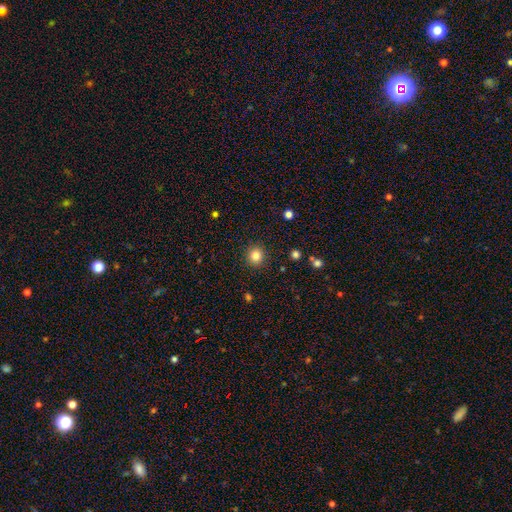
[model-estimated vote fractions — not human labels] smooth-or-featured: smooth: 83% | star or artifact: 12% | featured or disk: 5%
  how-rounded: round: 92% | in between: 7% | cigar-shaped: 1%
  merging: none: 91% | minor disturbance: 6% | major disturbance: 2% | merger: 1%